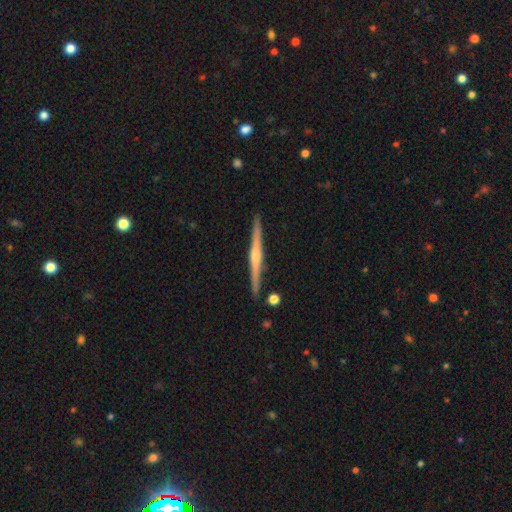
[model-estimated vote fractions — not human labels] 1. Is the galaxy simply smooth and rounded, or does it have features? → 78% featured or disk, 17% smooth, 5% star or artifact.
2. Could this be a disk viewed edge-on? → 98% yes, 2% no.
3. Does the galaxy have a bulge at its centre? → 80% rounded, 15% none, 6% boxy.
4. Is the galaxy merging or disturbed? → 91% none, 6% minor disturbance, 2% merger, 1% major disturbance.